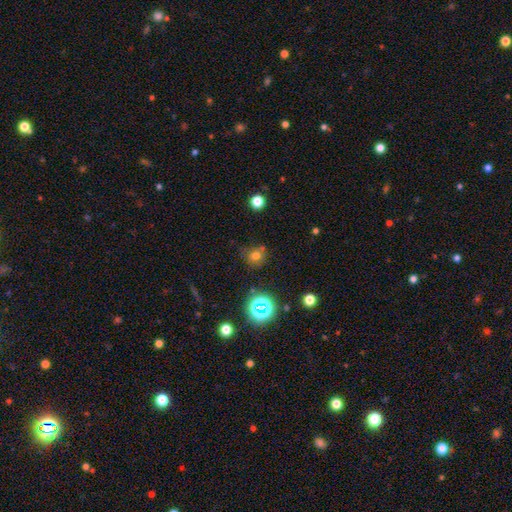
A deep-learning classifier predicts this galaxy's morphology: A smooth galaxy with no disk features (65%) that is round (80%). Merging: none (69%).